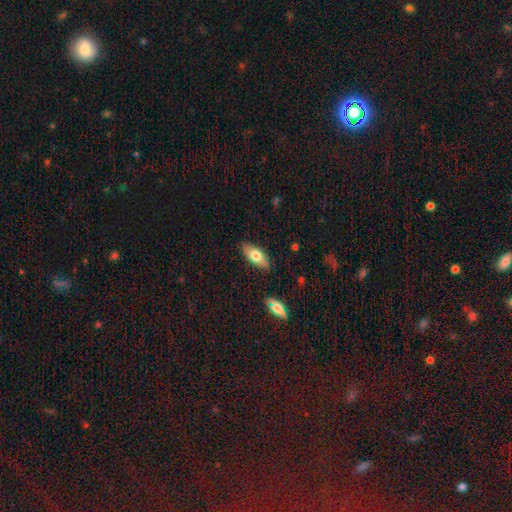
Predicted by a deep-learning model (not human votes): smooth-or-featured: smooth: 69% | featured or disk: 24% | star or artifact: 7%
  how-rounded: in between: 81% | cigar-shaped: 16% | round: 3%
  merging: none: 84% | minor disturbance: 12% | major disturbance: 2% | merger: 2%